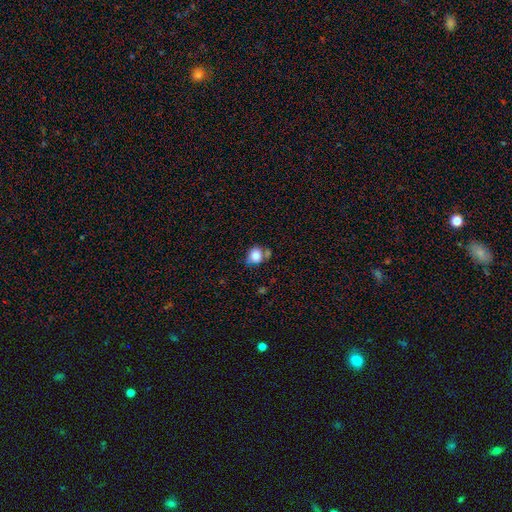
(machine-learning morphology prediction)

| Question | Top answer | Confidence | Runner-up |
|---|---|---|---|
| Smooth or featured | smooth | 82% | star or artifact (10%) |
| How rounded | round | 65% | in between (34%) |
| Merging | none | 55% | minor disturbance (21%) |